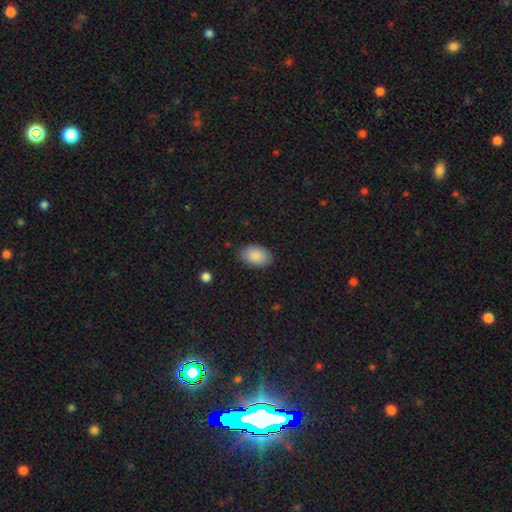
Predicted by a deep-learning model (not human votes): Smooth or featured: smooth — 88% (star or artifact — 7%)
How rounded: in between — 91% (round — 8%)
Merging: none — 85% (minor disturbance — 11%)